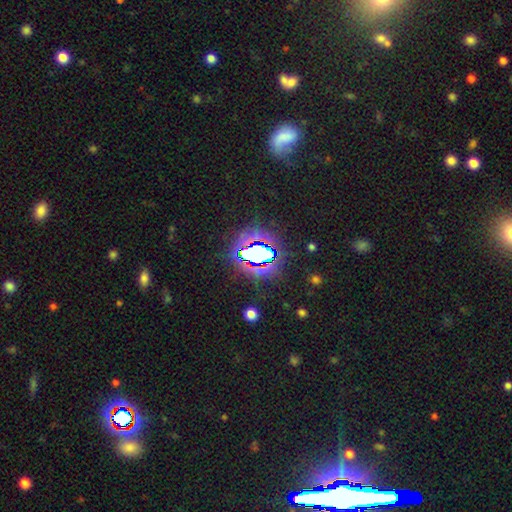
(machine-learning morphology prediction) smooth_or_featured: star or artifact (p=0.70) [alt: smooth p=0.19]